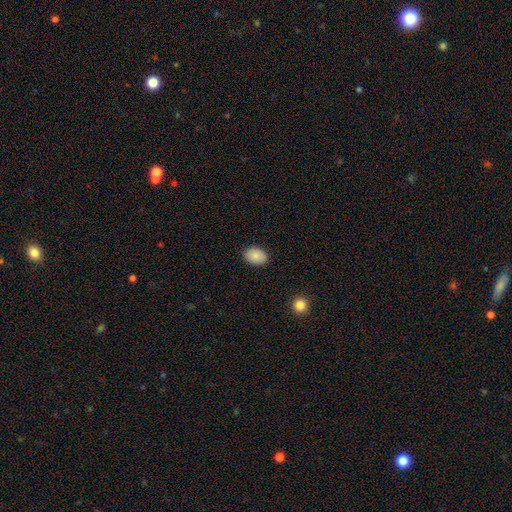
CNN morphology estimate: Smooth or featured? smooth (87%)
How rounded? in between (80%)
Merging? none (88%)